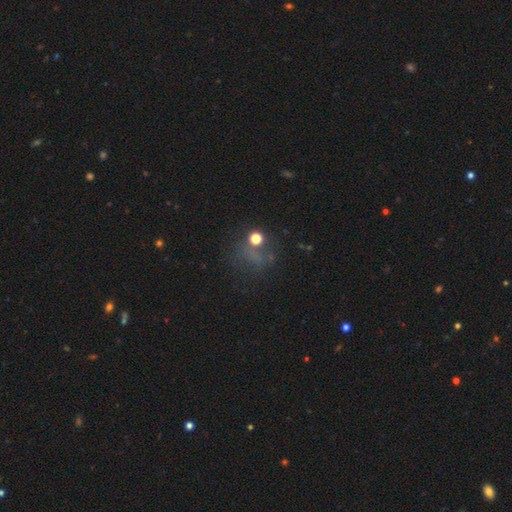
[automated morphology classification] Overall: star or artifact (43%; smooth 39%).